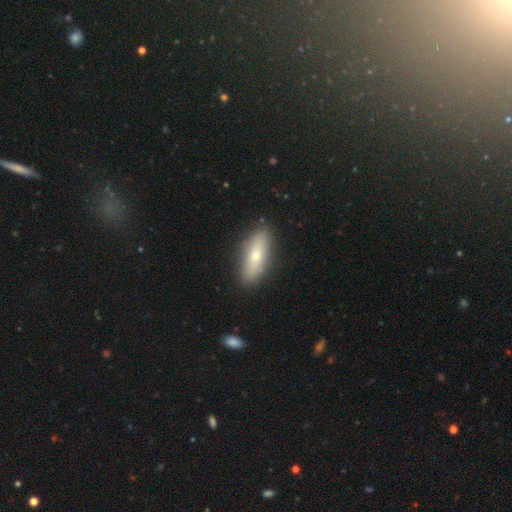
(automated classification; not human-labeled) Smooth or featured? Predicted: smooth (p=0.66). How rounded? Predicted: in between (p=0.57). Merging? Predicted: none (p=0.86).